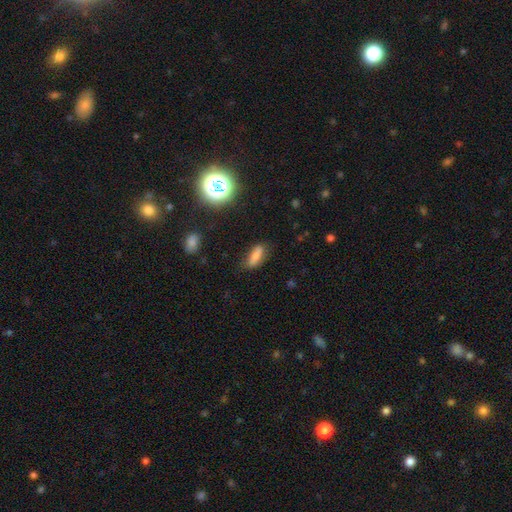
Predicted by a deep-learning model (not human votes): Overall: smooth (68%). How rounded: in between (65%; cigar-shaped 31%). Merging: none (69%).